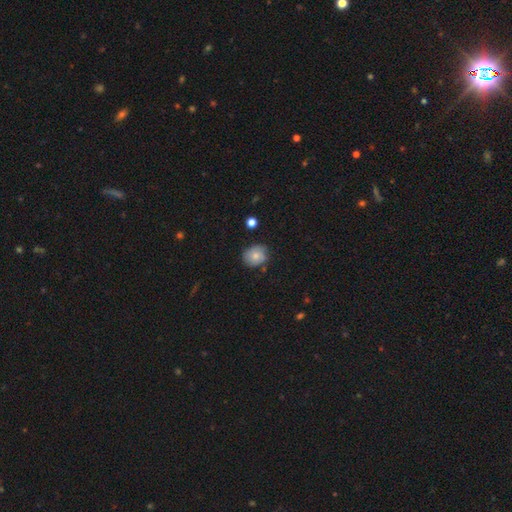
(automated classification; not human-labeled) A smooth galaxy with no disk features (76%) that is round (66%).

Vote fractions:
- Smooth or featured? smooth: 76% / featured or disk: 15% / star or artifact: 9%
- How rounded? round: 66% / in between: 34% / cigar-shaped: 1%
- Merging? none: 74% / minor disturbance: 20% / major disturbance: 4% / merger: 2%